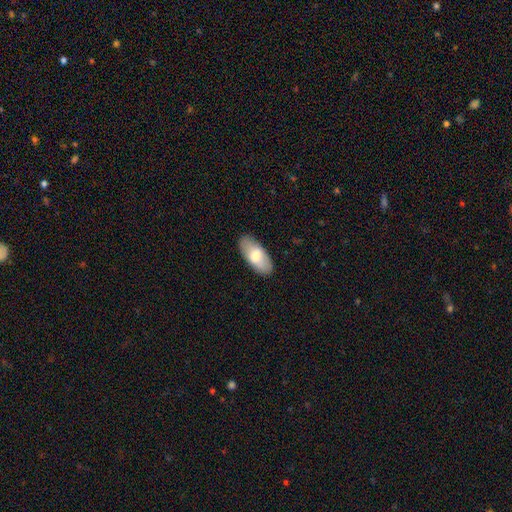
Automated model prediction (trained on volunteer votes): smooth 72%, featured or disk 22%, star or artifact 6%. Down the decision tree: how rounded — in between (90%); merging — none (88%).